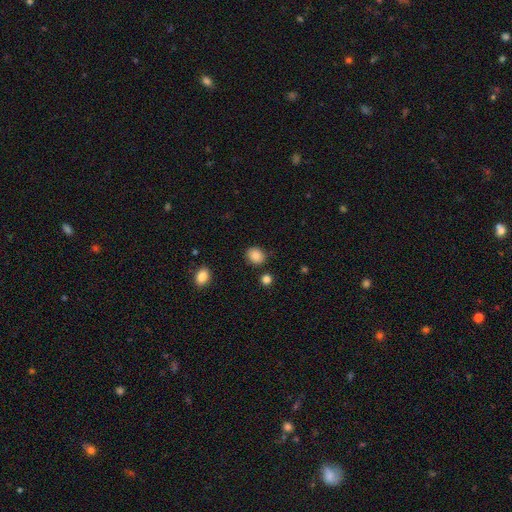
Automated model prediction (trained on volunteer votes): Q: Smooth or featured?
A: smooth (87%); runner-up: star or artifact (9%)
Q: How rounded?
A: round (61%); runner-up: in between (38%)
Q: Merging?
A: none (83%); runner-up: minor disturbance (10%)